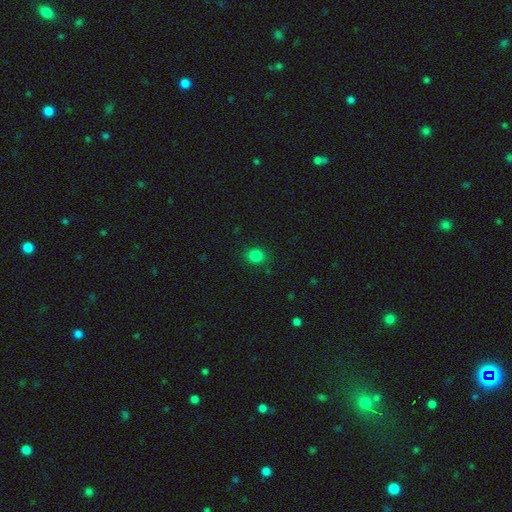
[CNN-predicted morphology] smooth-or-featured: smooth: 83% | star or artifact: 14% | featured or disk: 3%
  how-rounded: round: 78% | in between: 21% | cigar-shaped: 1%
  merging: none: 87% | minor disturbance: 9% | major disturbance: 3% | merger: 1%